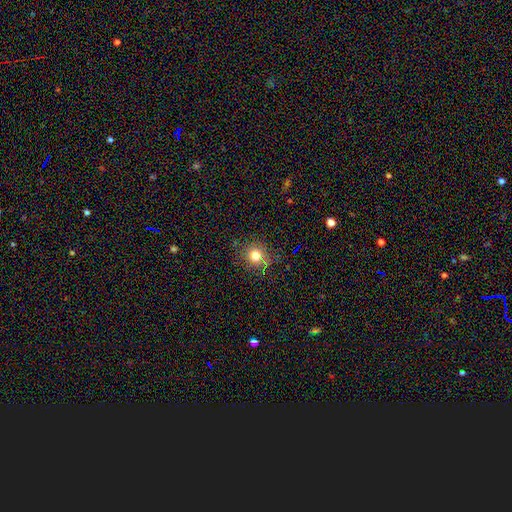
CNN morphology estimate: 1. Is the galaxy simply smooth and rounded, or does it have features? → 72% smooth, 19% star or artifact, 9% featured or disk.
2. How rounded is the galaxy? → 85% round, 14% in between, 1% cigar-shaped.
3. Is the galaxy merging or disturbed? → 79% none, 13% minor disturbance, 5% major disturbance, 3% merger.